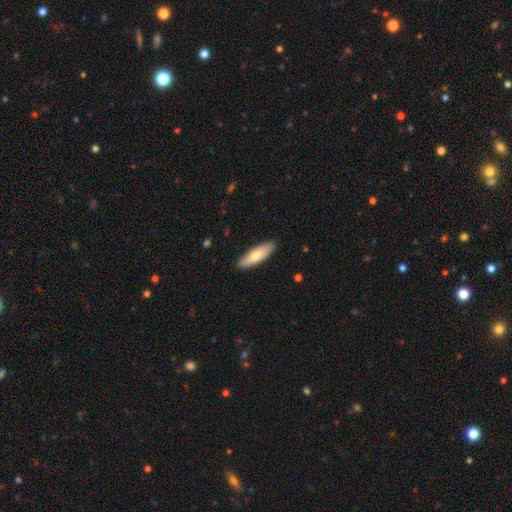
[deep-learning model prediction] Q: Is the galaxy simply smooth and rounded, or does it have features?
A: smooth — 72%.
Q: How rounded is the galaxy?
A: in between — 52%.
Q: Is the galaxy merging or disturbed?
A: none — 88%.